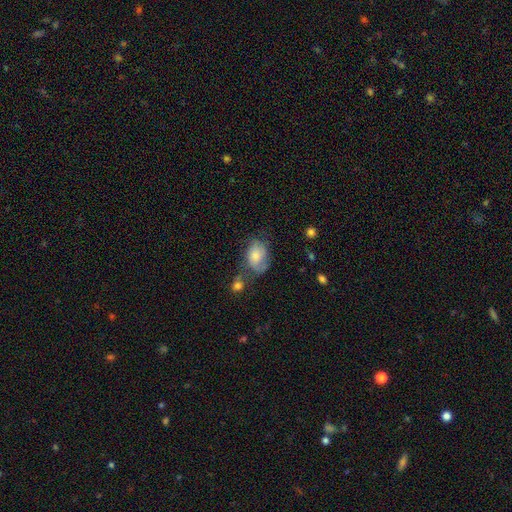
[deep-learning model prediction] This is possibly a smooth galaxy (59%). How rounded: likely in between (79%). Merging: marginally none (41%).